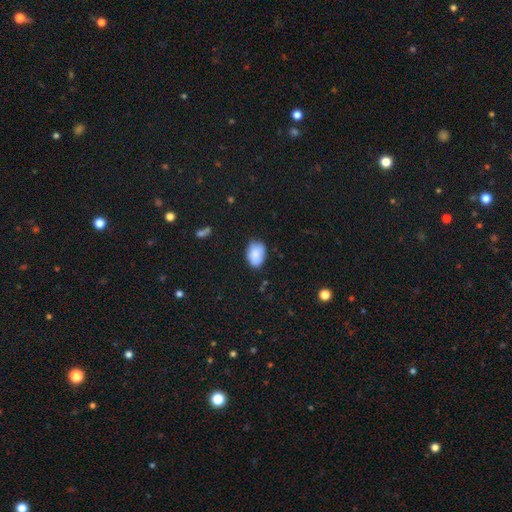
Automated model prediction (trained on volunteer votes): This is clearly a smooth galaxy (84%). How rounded: clearly in between (82%). Merging: likely none (74%).